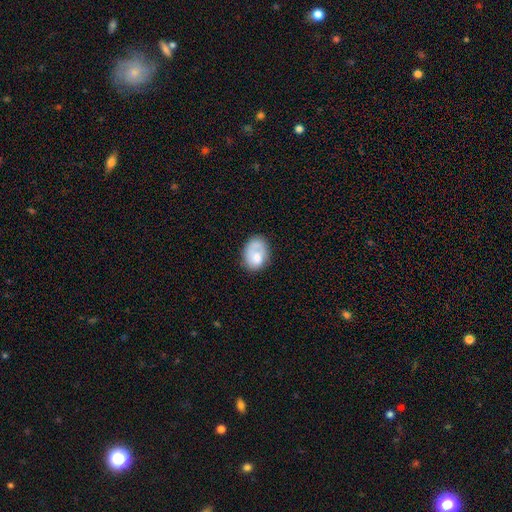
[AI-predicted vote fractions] Morphology: type=smooth (67%); roundness=in between (74%); merging=none (56%).